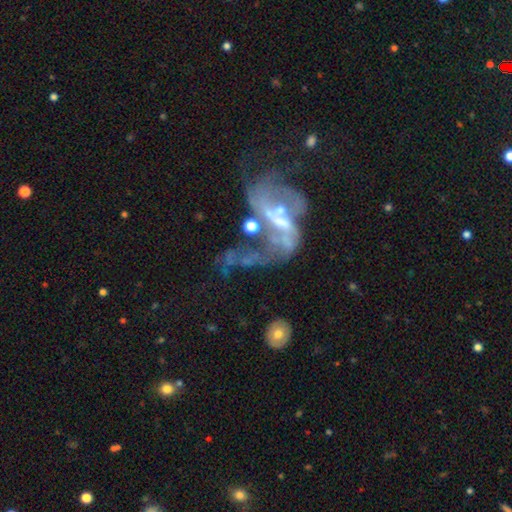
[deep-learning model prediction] Smooth or featured? Predicted: featured or disk (p=0.73). Edge-on disk? Predicted: no (p=0.95). Bar? Predicted: no (p=0.39, tied with weak). Spiral arms? Predicted: yes (p=0.72). Bulge size? Predicted: small (p=0.41). Merging? Predicted: merger (p=0.35).